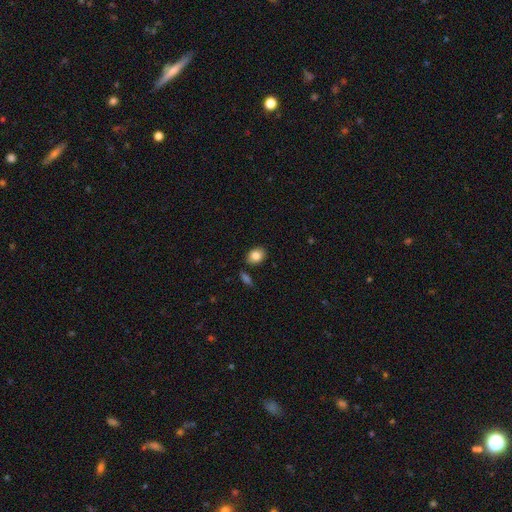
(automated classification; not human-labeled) smooth-or-featured: smooth: 85% | star or artifact: 8% | featured or disk: 7%
  how-rounded: in between: 67% | round: 31% | cigar-shaped: 1%
  merging: none: 82% | minor disturbance: 11% | merger: 4% | major disturbance: 3%